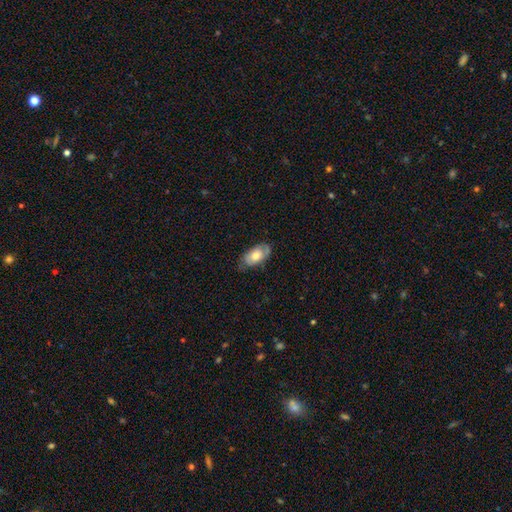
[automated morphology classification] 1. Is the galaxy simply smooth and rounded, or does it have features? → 57% smooth, 37% featured or disk, 6% star or artifact.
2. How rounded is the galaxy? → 92% in between, 5% round, 3% cigar-shaped.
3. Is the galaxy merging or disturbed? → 68% none, 25% minor disturbance, 6% major disturbance, 1% merger.